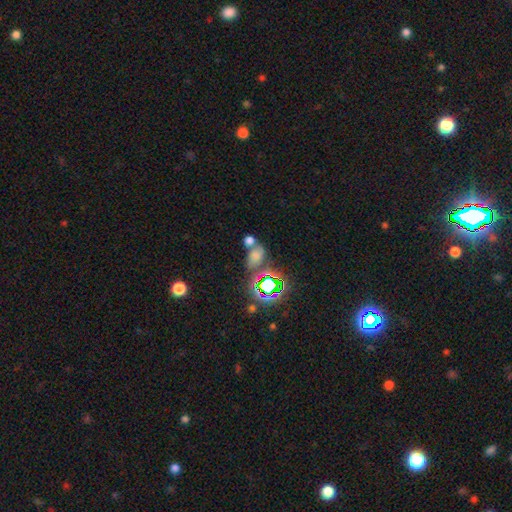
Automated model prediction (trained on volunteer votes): Morphology: type=smooth (57%); roundness=in between (68%); merging=merger (44%).